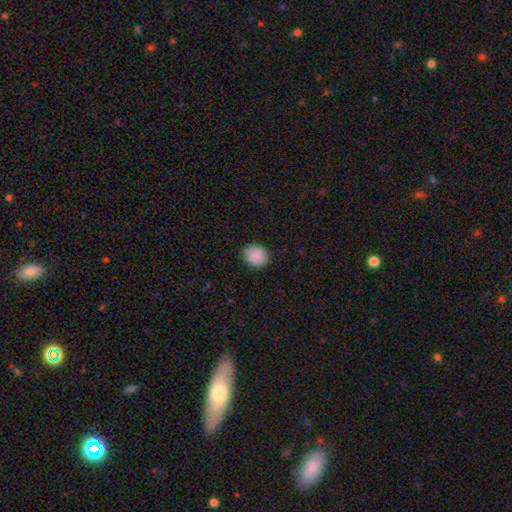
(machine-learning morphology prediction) Smooth or featured?
  - smooth: 89% *
  - star or artifact: 8%
  - featured or disk: 3%
How rounded?
  - round: 77% *
  - in between: 22%
  - cigar-shaped: 1%
Merging?
  - none: 91% *
  - minor disturbance: 7%
  - major disturbance: 2%
  - merger: 1%